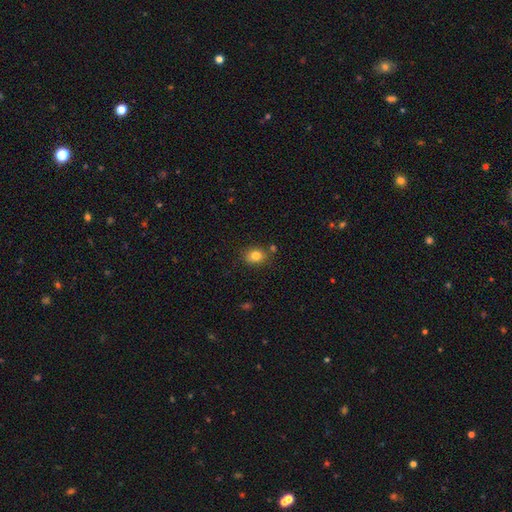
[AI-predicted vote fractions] The model was most divided on "how rounded": round: 50%, in between: 49%, cigar-shaped: 1%. More confident: smooth or featured — smooth (81%); merging — none (77%).